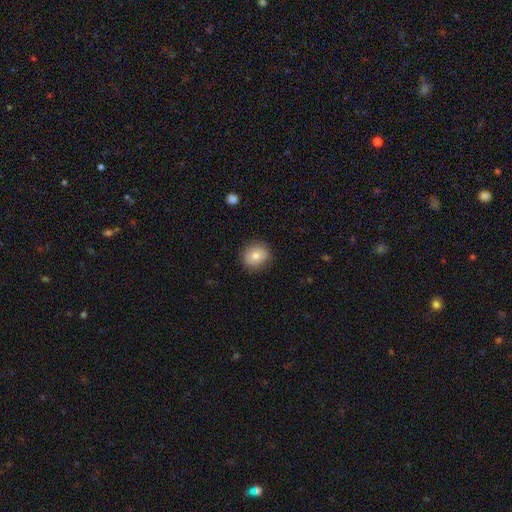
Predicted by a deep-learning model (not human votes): This is likely a smooth galaxy (77%). How rounded: likely round (80%). Merging: clearly none (86%).